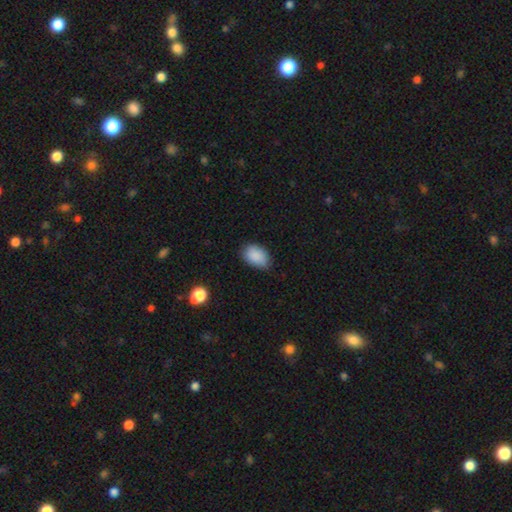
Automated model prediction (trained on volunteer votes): Smooth or featured: smooth — 89% (star or artifact — 8%)
How rounded: in between — 87% (round — 12%)
Merging: none — 73% (minor disturbance — 23%)